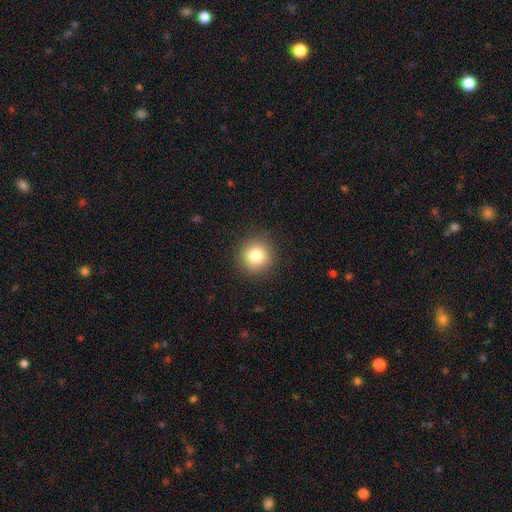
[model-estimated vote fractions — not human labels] Morphology: type=smooth (82%); roundness=round (94%); merging=none (91%).